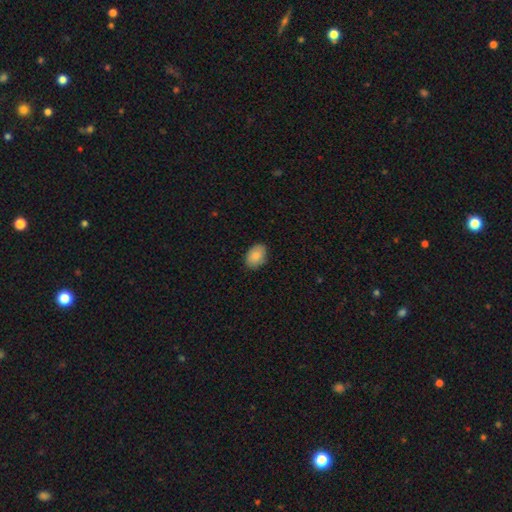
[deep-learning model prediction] This appears to be a smooth galaxy with no disk features (85%) that is in between round and cigar-shaped (80%). Merging: none (87%).